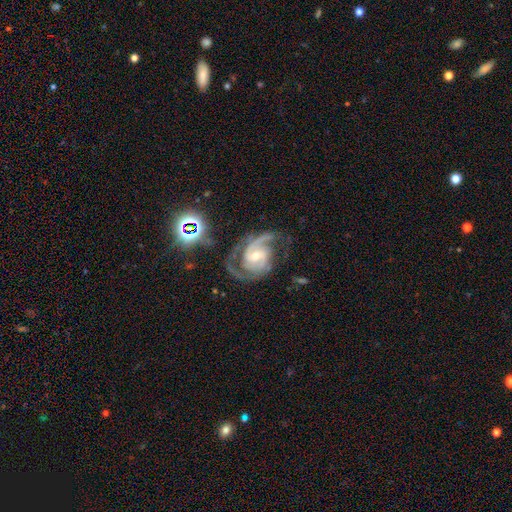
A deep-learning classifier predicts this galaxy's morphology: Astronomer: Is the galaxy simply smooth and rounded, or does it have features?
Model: featured or disk — 92%.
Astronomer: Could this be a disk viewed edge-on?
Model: no — 98%.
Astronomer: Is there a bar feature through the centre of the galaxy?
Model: weak — 47% (runner-up: no, 41%).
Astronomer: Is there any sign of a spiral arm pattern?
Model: yes — 98%.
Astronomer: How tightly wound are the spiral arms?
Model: medium — 53% (runner-up: tight, 36%).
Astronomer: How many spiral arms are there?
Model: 2 — 76%.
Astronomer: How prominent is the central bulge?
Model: moderate — 60%.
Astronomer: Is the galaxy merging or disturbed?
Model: none — 64%.